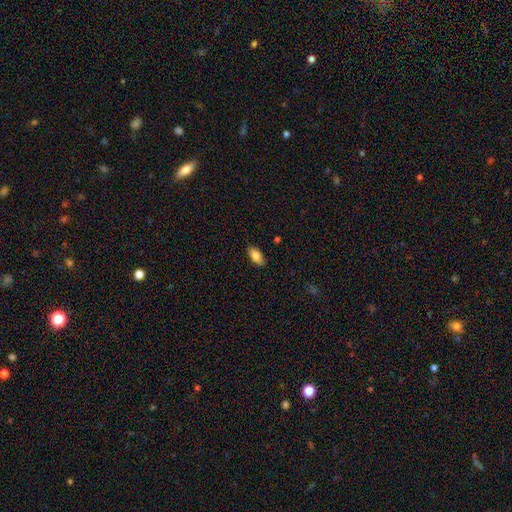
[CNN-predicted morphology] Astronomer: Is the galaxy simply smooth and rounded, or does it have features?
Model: smooth — 83%.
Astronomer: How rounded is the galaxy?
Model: in between — 90%.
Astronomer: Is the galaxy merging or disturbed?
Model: none — 87%.